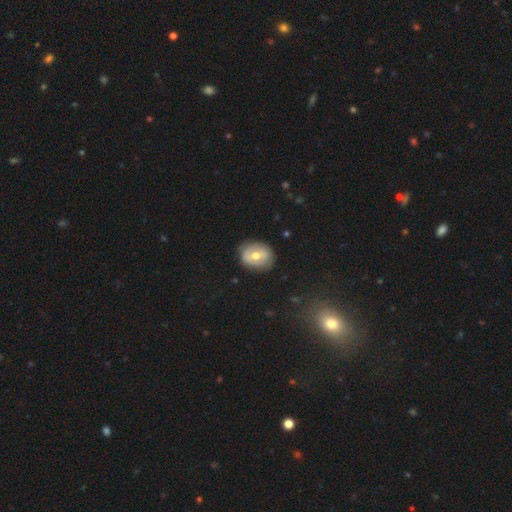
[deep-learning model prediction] Smooth or featured? featured or disk (48%)
Merging? none (80%)